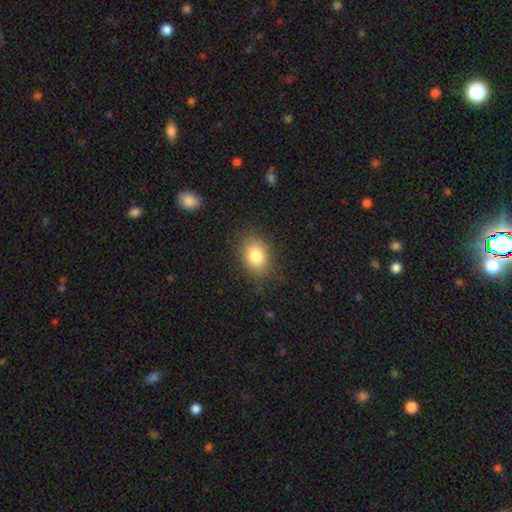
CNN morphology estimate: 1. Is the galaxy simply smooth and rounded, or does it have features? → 81% smooth, 9% star or artifact, 9% featured or disk.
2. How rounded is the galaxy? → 66% in between, 33% round, 1% cigar-shaped.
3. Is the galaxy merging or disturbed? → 82% none, 13% minor disturbance, 4% major disturbance, 1% merger.